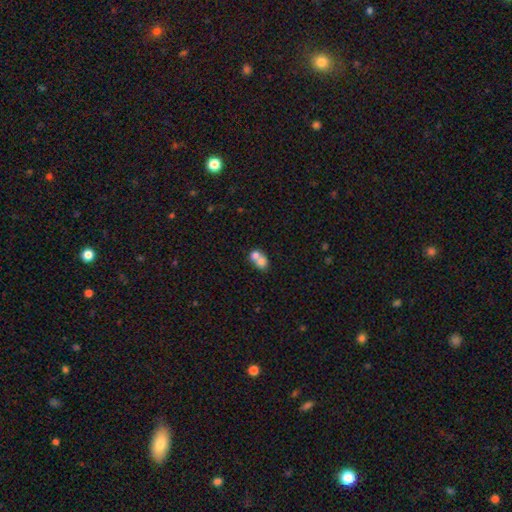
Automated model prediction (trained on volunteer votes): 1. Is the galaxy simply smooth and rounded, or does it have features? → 71% smooth, 18% featured or disk, 10% star or artifact.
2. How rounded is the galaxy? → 59% round, 40% in between, 1% cigar-shaped.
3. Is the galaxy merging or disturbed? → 69% merger, 22% none, 5% minor disturbance, 3% major disturbance.